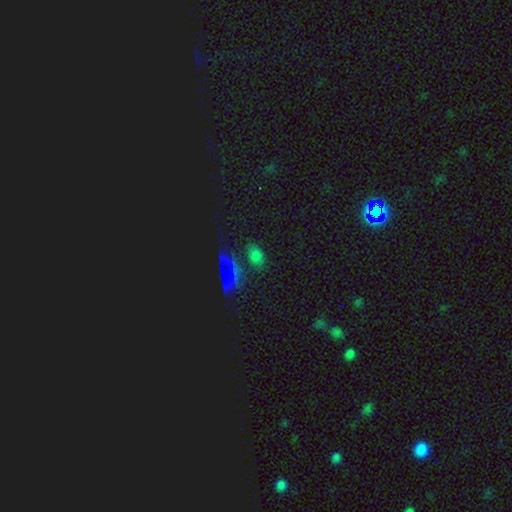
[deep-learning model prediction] smooth 52%, star or artifact 41%, featured or disk 7%. Down the decision tree: how rounded — in between (76%); merging — none (76%).